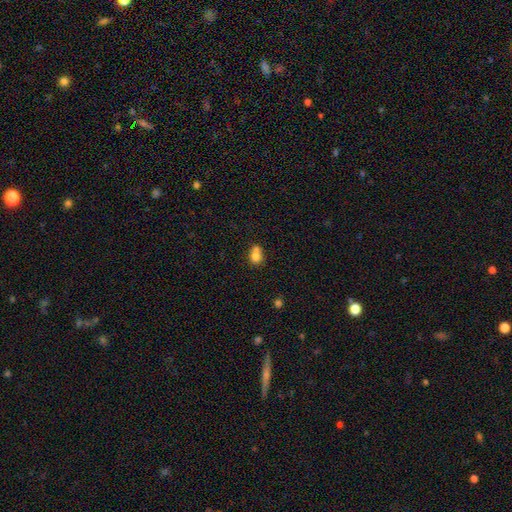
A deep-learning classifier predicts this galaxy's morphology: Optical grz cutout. It shows a smooth galaxy with no disk features (76%) that is round (50%). Merging: merger (41%).